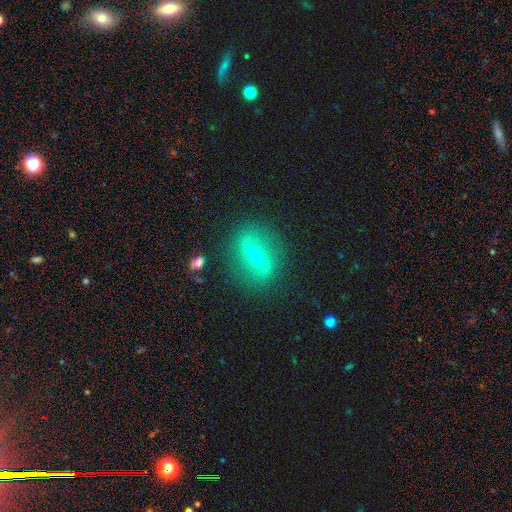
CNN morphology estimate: smooth-or-featured: featured or disk: 77% | smooth: 15% | star or artifact: 8%
  disk-edge-on: no: 75% | yes: 25%
    bar: strong: 70% | weak: 18% | no: 12%
    has-spiral-arms: yes: 55% | no: 45%
    bulge-size: small: 57% | moderate: 39% | large: 1% | dominant: 1% | none: 1%
  merging: none: 84% | minor disturbance: 10% | major disturbance: 4% | merger: 2%